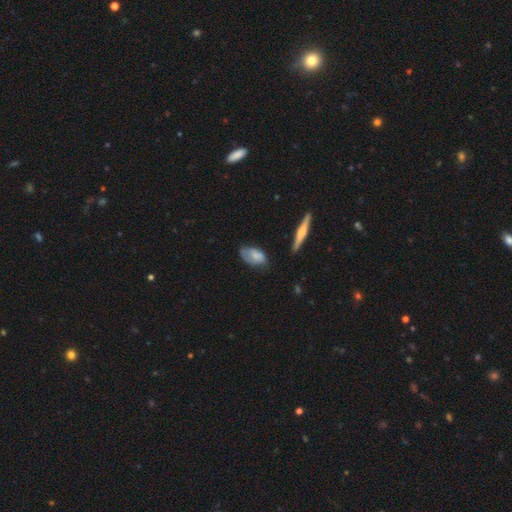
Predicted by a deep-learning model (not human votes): A smooth galaxy with no disk features (65%) that is in between round and cigar-shaped (90%). Merging: none (51%).